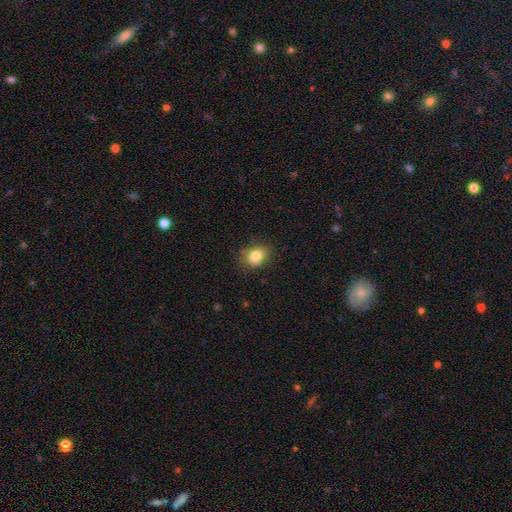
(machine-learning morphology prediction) Smooth or featured? smooth (81%)
How rounded? round (56%)
Merging? none (74%)